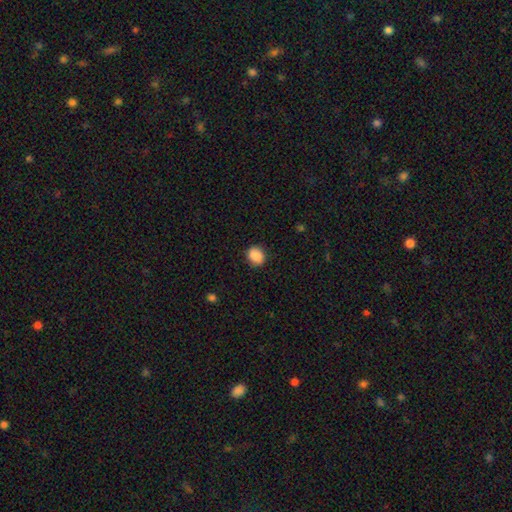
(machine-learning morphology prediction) smooth_or_featured: smooth (p=0.88) [alt: star or artifact p=0.08]
how_rounded: round (p=0.65) [alt: in between p=0.34]
merging: none (p=0.85) [alt: minor disturbance p=0.11]